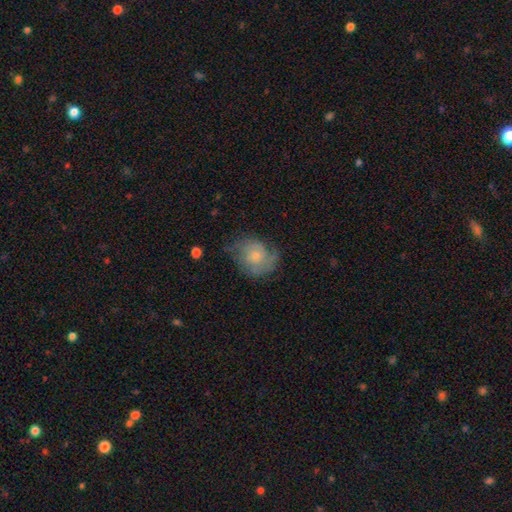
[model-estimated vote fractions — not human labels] A featured or disk galaxy (53%) with no bar (80%), spiral arms (81%) and a small central bulge (49%).

Vote fractions:
- Smooth or featured? featured or disk: 53% / smooth: 40% / star or artifact: 8%
- Edge-on disk? no: 97% / yes: 3%
- Bar? no: 80% / weak: 18% / strong: 2%
- Spiral arms? yes: 81% / no: 19%
- Bulge size? small: 49% / moderate: 38% / none: 7% / large: 5% / dominant: 2%
- Merging? none: 56% / minor disturbance: 28% / major disturbance: 14% / merger: 2%